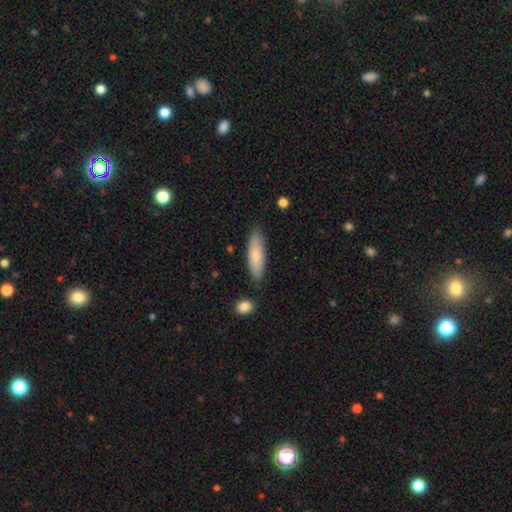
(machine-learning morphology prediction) Q: Smooth or featured?
A: smooth (78%); runner-up: featured or disk (17%)
Q: How rounded?
A: cigar-shaped (64%); runner-up: in between (34%)
Q: Merging?
A: none (83%); runner-up: minor disturbance (12%)